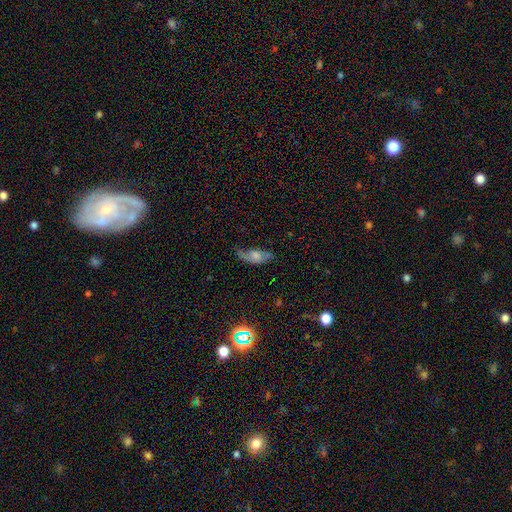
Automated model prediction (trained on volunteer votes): Smooth or featured: featured or disk — 48% (smooth — 42%)
Merging: none — 41% (minor disturbance — 31%)